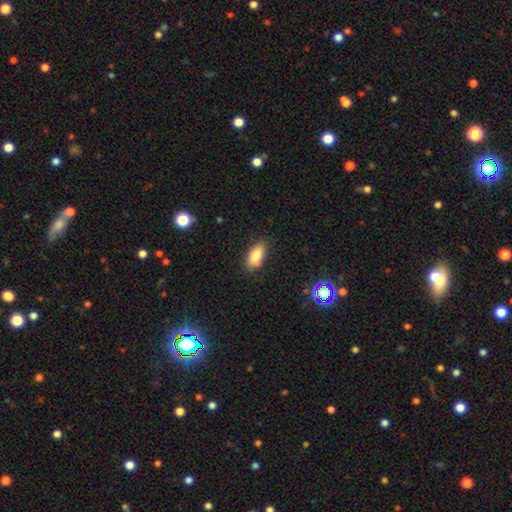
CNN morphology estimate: Smooth or featured? smooth (83%)
How rounded? in between (86%)
Merging? none (75%)